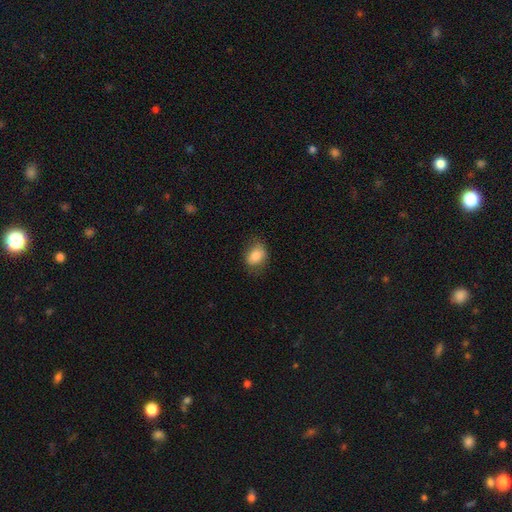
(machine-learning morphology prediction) The model was most divided on "how rounded": in between: 71%, round: 27%, cigar-shaped: 1%. More confident: smooth or featured — smooth (81%); merging — none (73%).